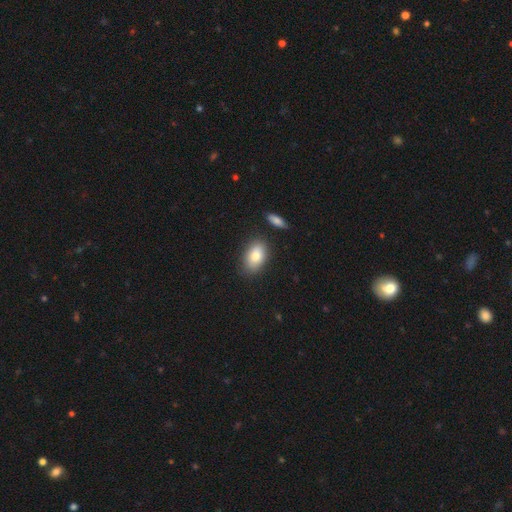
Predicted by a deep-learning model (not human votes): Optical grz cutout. It shows a smooth galaxy with no disk features (82%) that is in between round and cigar-shaped (89%). Merging: none (81%).